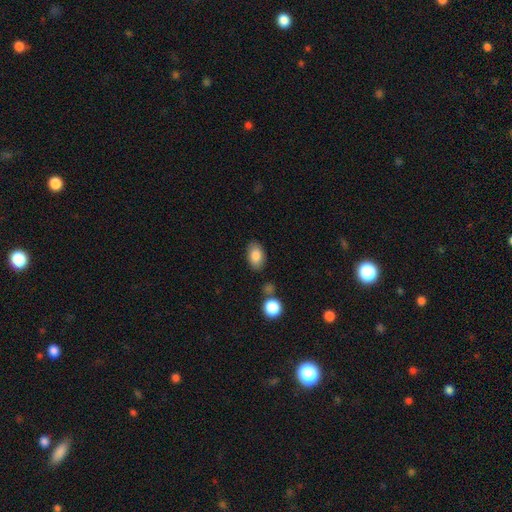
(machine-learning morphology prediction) Smooth or featured?
  - smooth: 84% *
  - featured or disk: 8%
  - star or artifact: 7%
How rounded?
  - in between: 90% *
  - round: 9%
  - cigar-shaped: 1%
Merging?
  - none: 81% *
  - minor disturbance: 12%
  - merger: 4%
  - major disturbance: 3%